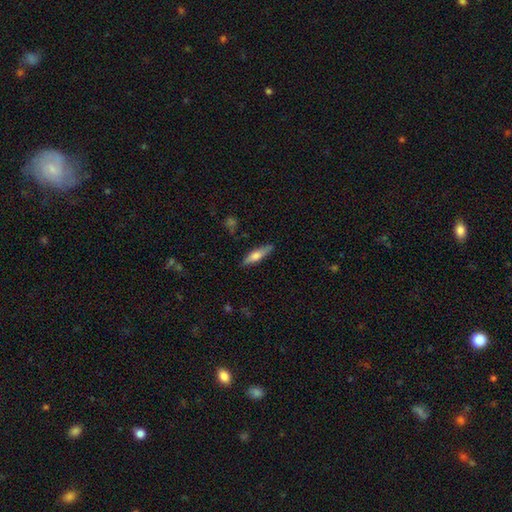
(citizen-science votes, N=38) Smooth or featured? smooth (55%)
How rounded? cigar-shaped (62%)
Merging? none (89%)